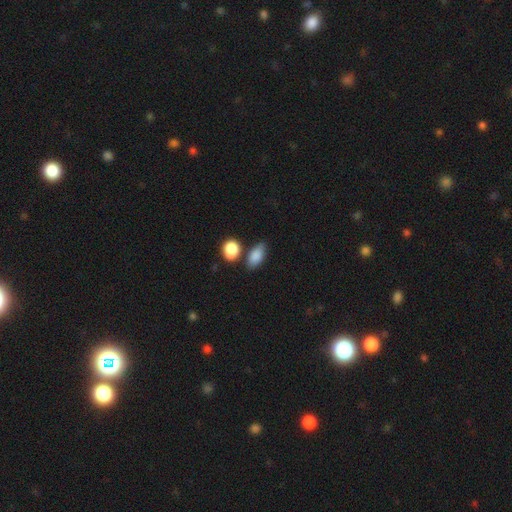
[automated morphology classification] smooth-or-featured: smooth: 85% | star or artifact: 7% | featured or disk: 7%
  how-rounded: in between: 86% | round: 10% | cigar-shaped: 4%
  merging: none: 58% | minor disturbance: 21% | merger: 15% | major disturbance: 5%